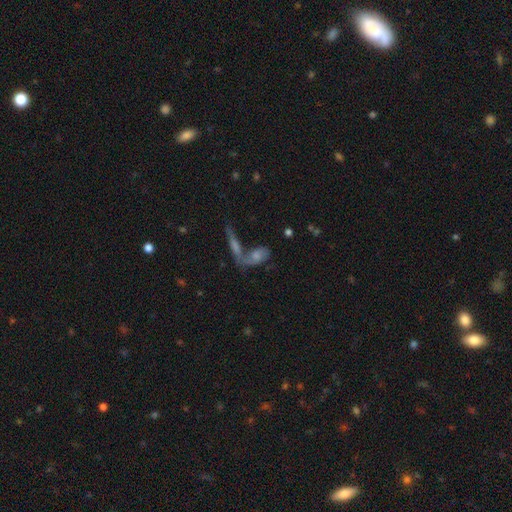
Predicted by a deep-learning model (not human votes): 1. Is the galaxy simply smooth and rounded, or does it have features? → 43% featured or disk, 39% smooth, 18% star or artifact.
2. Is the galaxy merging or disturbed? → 54% merger, 29% none, 8% major disturbance, 8% minor disturbance.